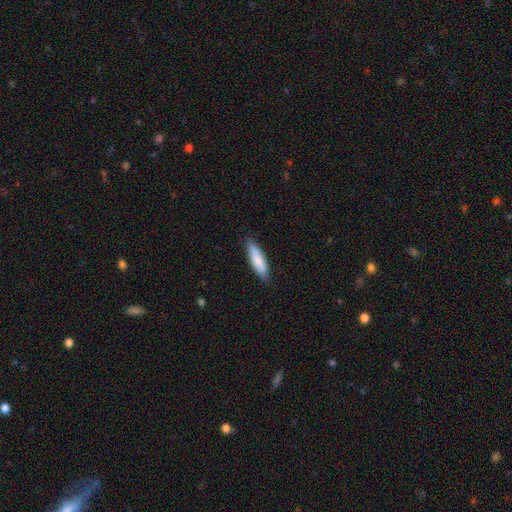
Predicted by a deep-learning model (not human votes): smooth 84%, featured or disk 10%, star or artifact 6%. Down the decision tree: how rounded — cigar-shaped (64%); merging — none (85%).